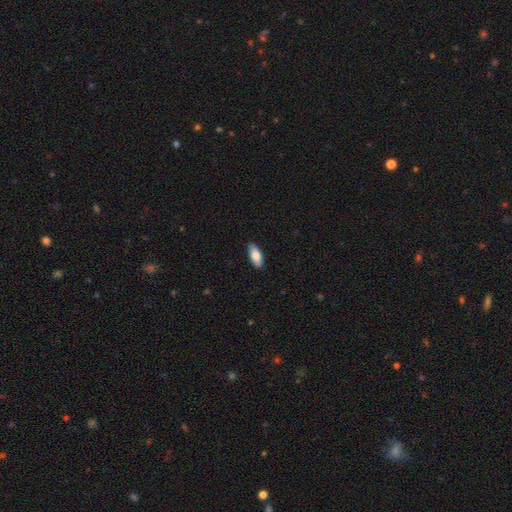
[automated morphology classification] smooth-or-featured: smooth: 79% | featured or disk: 15% | star or artifact: 6%
  how-rounded: in between: 83% | cigar-shaped: 15% | round: 2%
  merging: none: 89% | minor disturbance: 9% | major disturbance: 2% | merger: 1%